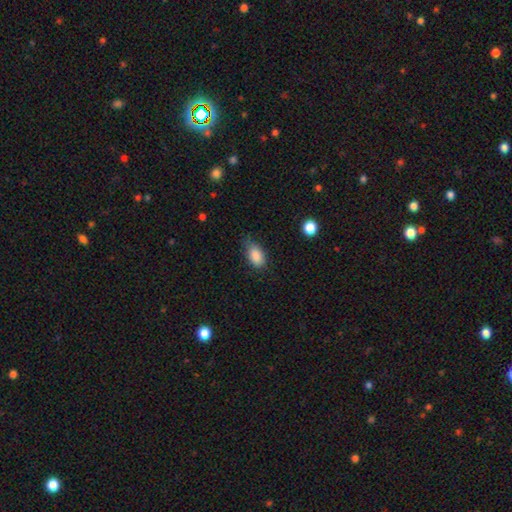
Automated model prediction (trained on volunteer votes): Smooth or featured? smooth (87%)
How rounded? in between (90%)
Merging? none (61%)